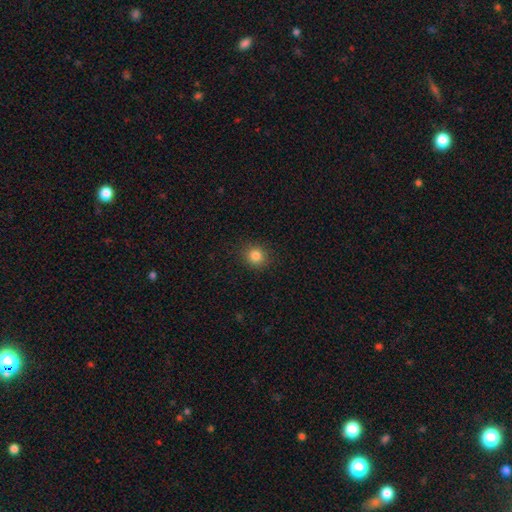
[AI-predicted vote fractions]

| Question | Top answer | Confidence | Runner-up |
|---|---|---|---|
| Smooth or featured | smooth | 83% | star or artifact (12%) |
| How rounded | round | 86% | in between (13%) |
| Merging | none | 90% | minor disturbance (7%) |